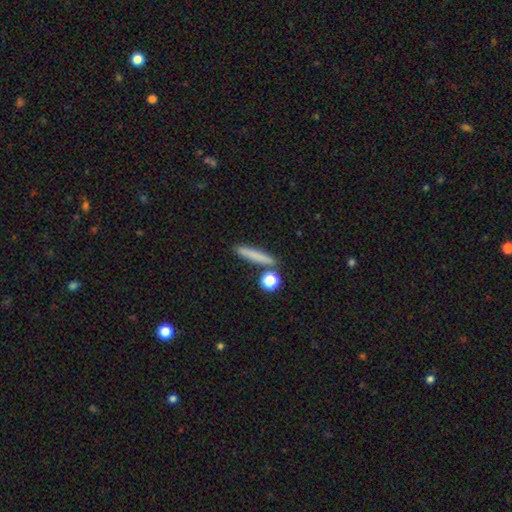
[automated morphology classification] Smooth or featured?
  - smooth: 77% *
  - featured or disk: 15%
  - star or artifact: 9%
How rounded?
  - cigar-shaped: 85% *
  - in between: 8%
  - round: 7%
Merging?
  - none: 81% *
  - minor disturbance: 9%
  - merger: 8%
  - major disturbance: 3%